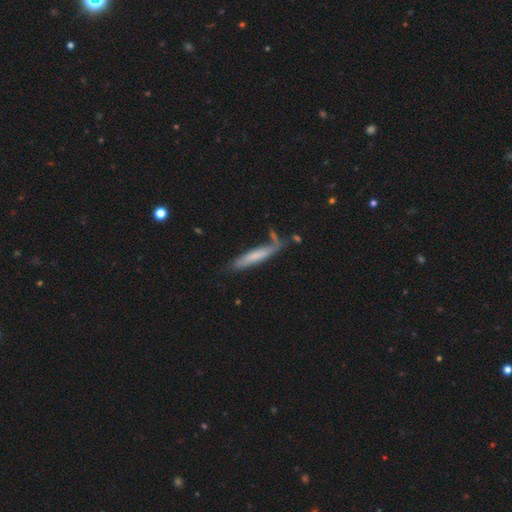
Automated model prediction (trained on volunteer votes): This is likely a smooth galaxy (60%). How rounded: clearly cigar-shaped (86%). Merging: possibly none (55%).